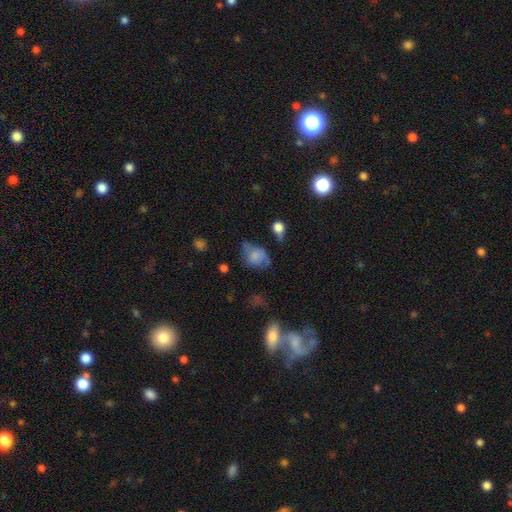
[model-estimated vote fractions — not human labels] A smooth galaxy with no disk features (65%) that is in between round and cigar-shaped (53%). Merging: none (35%).